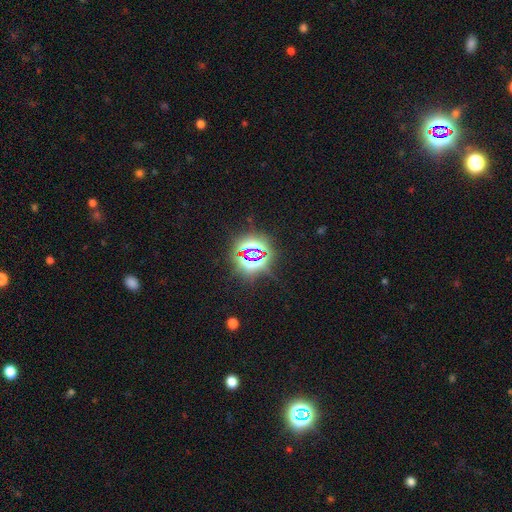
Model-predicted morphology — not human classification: Q: Smooth or featured?
A: star or artifact (78%); runner-up: smooth (13%)